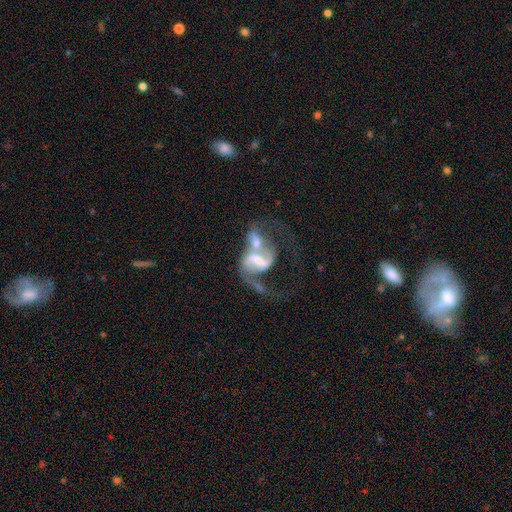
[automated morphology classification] Smooth or featured? featured or disk (76%)
Edge-on disk? no (97%)
Bar? weak (41%)
Spiral arms? yes (81%)
Spiral winding? loose (53%)
Spiral arm count? 2 (56%)
Bulge size? moderate (39%)
Merging? merger (54%)